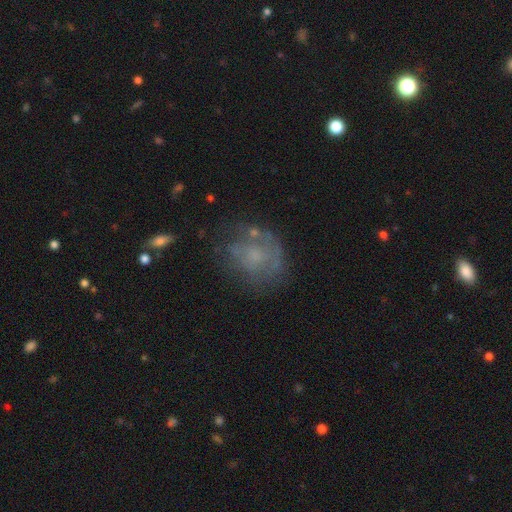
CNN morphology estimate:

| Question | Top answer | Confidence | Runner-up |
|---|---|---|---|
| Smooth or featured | featured or disk | 47% | smooth (39%) |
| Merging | none | 55% | minor disturbance (22%) |